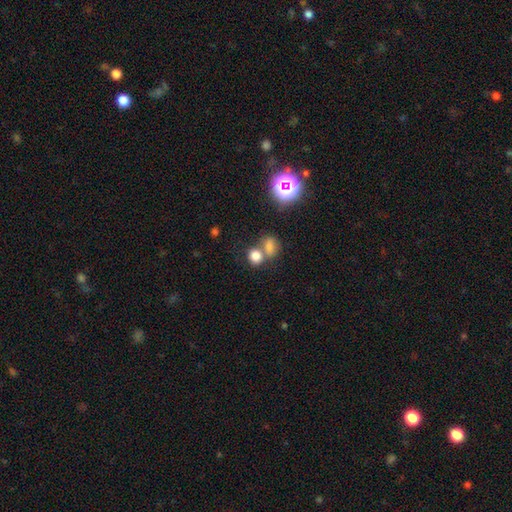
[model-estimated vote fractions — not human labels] smooth-or-featured: smooth: 76% | star or artifact: 16% | featured or disk: 8%
  how-rounded: round: 61% | in between: 38% | cigar-shaped: 1%
  merging: merger: 46% | none: 42% | minor disturbance: 8% | major disturbance: 4%